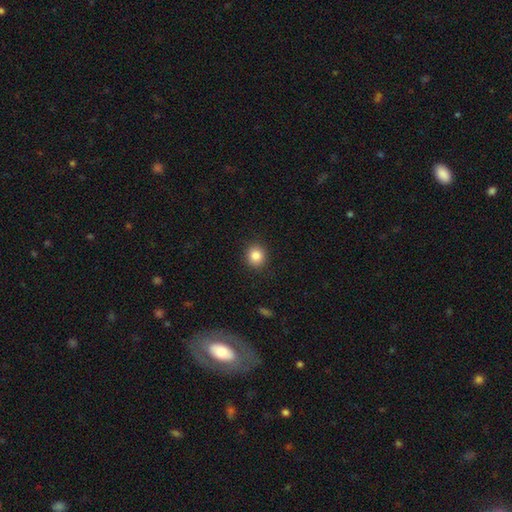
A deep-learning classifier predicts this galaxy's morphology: Smooth or featured? Predicted: smooth (p=0.85). How rounded? Predicted: round (p=0.84). Merging? Predicted: none (p=0.90).